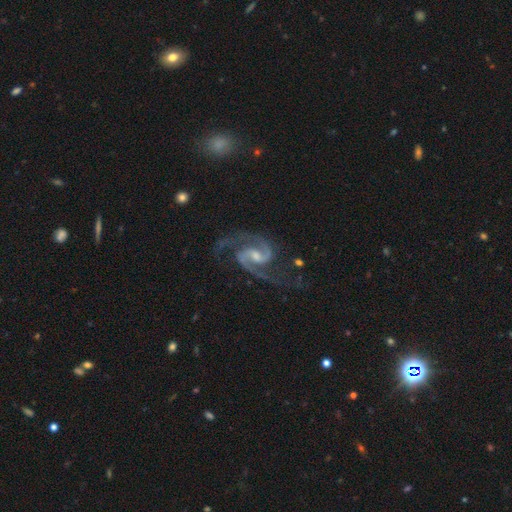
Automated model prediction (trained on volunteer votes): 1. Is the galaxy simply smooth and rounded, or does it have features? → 94% featured or disk, 4% star or artifact, 2% smooth.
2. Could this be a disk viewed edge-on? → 98% no, 2% yes.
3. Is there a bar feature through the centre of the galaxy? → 55% weak, 25% no, 20% strong.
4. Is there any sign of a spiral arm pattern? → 99% yes, 1% no.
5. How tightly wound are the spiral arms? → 66% medium, 19% loose, 15% tight.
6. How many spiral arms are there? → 93% 2, 2% 3, 1% can't tell, 1% 1, 1% 4, 1% more than 4.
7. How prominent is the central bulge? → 47% small, 41% moderate, 9% none, 3% large, 1% dominant.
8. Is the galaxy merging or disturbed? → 72% none, 16% minor disturbance, 9% major disturbance, 2% merger.